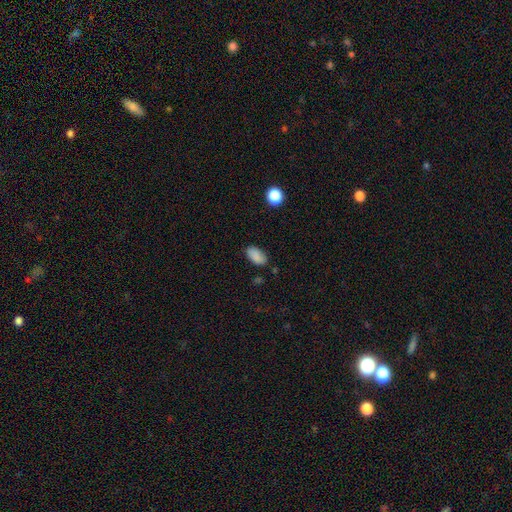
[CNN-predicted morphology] A smooth galaxy with no disk features (86%) that is in between round and cigar-shaped (93%). Merging: none (79%).